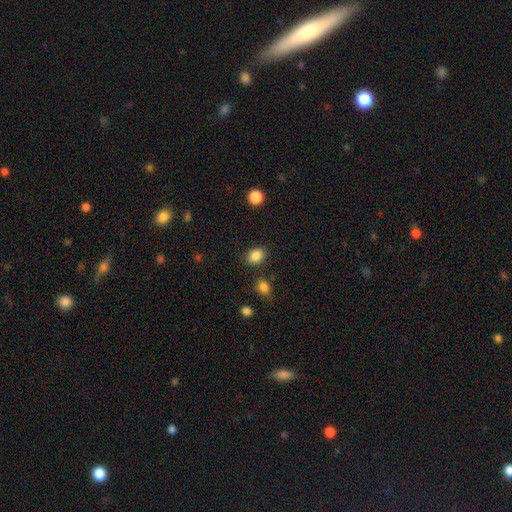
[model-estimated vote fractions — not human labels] Smooth or featured: smooth — 86% (star or artifact — 10%)
How rounded: in between — 54% (round — 46%)
Merging: none — 82% (minor disturbance — 11%)